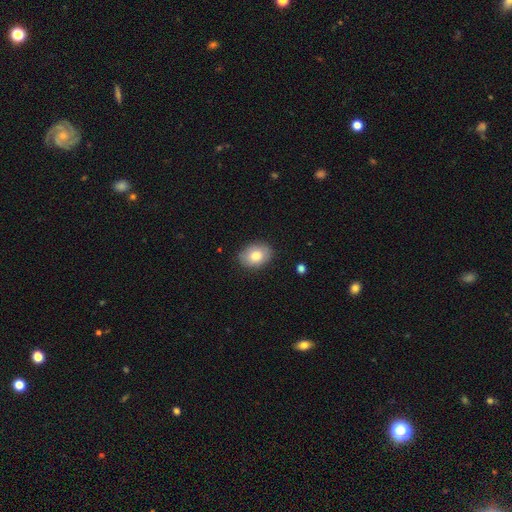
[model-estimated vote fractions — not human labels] Smooth or featured?
  - smooth: 80% *
  - featured or disk: 13%
  - star or artifact: 7%
How rounded?
  - in between: 71% *
  - round: 28%
  - cigar-shaped: 1%
Merging?
  - none: 84% *
  - minor disturbance: 12%
  - major disturbance: 3%
  - merger: 1%